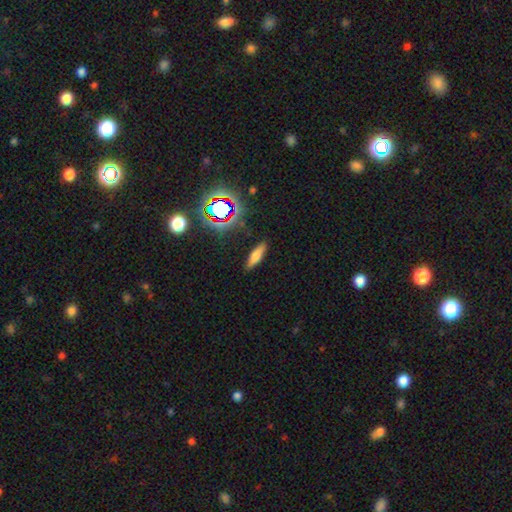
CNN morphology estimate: A smooth galaxy with no disk features (65%) that is cigar-shaped (50%).

Vote fractions:
- Smooth or featured? smooth: 65% / featured or disk: 21% / star or artifact: 14%
- How rounded? cigar-shaped: 50% / in between: 46% / round: 3%
- Merging? none: 85% / minor disturbance: 11% / major disturbance: 3% / merger: 2%